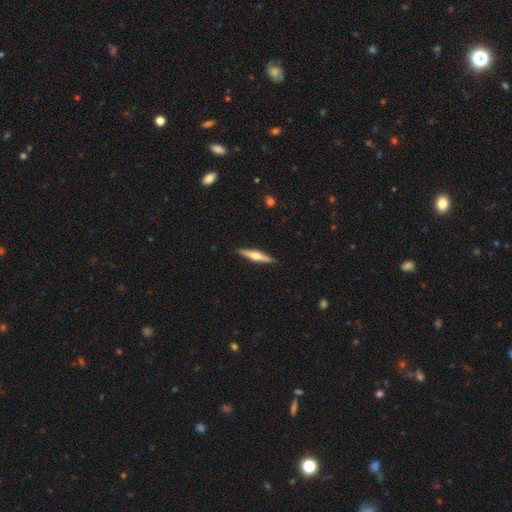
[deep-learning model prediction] featured or disk 64%, smooth 31%, star or artifact 5%. Down the decision tree: edge-on disk — yes (98%); edge-on bulge — rounded (91%); merging — none (91%).